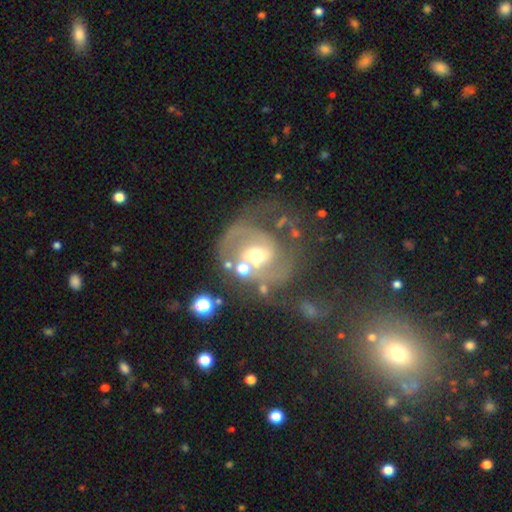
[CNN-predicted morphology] This is likely a featured or disk galaxy (75%). It is clearly not viewed edge-on (97%). Bar: marginally no (42%). Spiral arm pattern: clearly yes (82%). Spiral arm count: likely 2 (68%). Spiral winding: possibly medium (47%). Central bulge: likely moderate (65%). Merging: marginally none (45%).